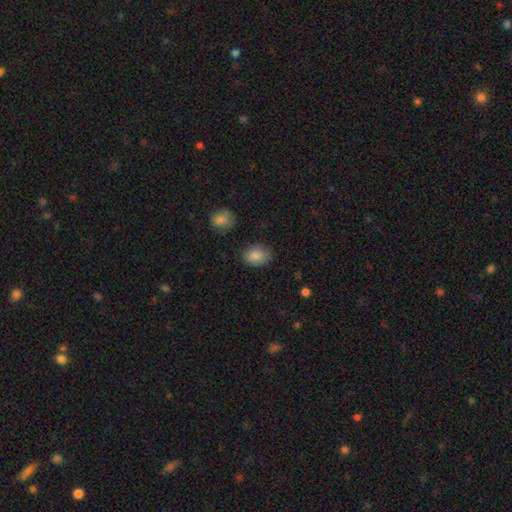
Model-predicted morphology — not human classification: A smooth galaxy with no disk features (87%) that is in between round and cigar-shaped (71%). Merging: none (79%).